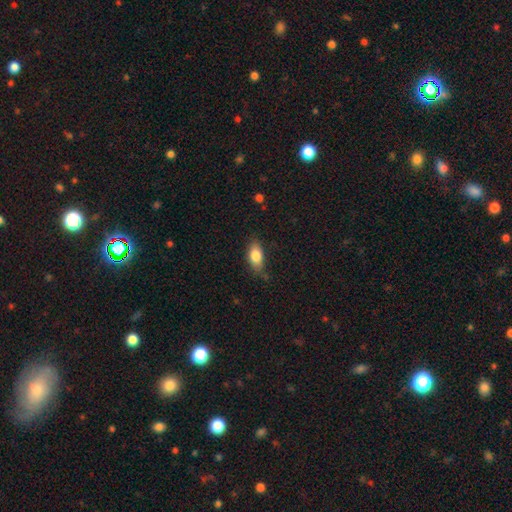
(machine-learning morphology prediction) type=smooth (81%); roundness=in between (87%); merging=none (70%).